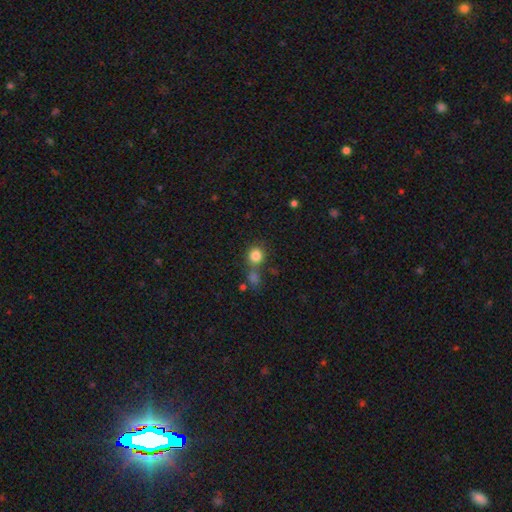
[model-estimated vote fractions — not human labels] A smooth galaxy with no disk features (82%) that is round (88%).

Vote fractions:
- Smooth or featured? smooth: 82% / star or artifact: 11% / featured or disk: 6%
- How rounded? round: 88% / in between: 11% / cigar-shaped: 1%
- Merging? none: 65% / merger: 20% / minor disturbance: 11% / major disturbance: 4%